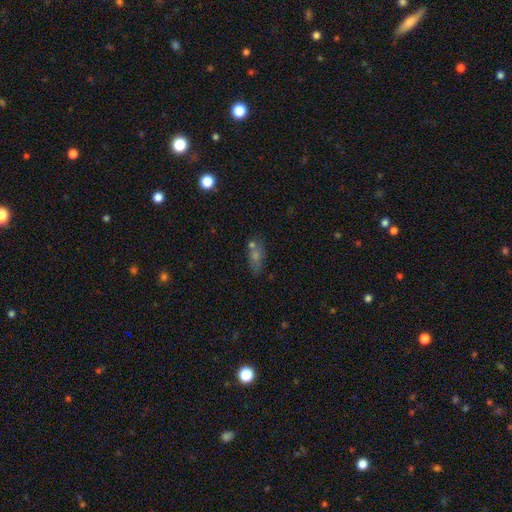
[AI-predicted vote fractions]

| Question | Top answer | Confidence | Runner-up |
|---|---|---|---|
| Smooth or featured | smooth | 58% | star or artifact (21%) |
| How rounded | in between | 66% | cigar-shaped (22%) |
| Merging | none | 63% | merger (18%) |